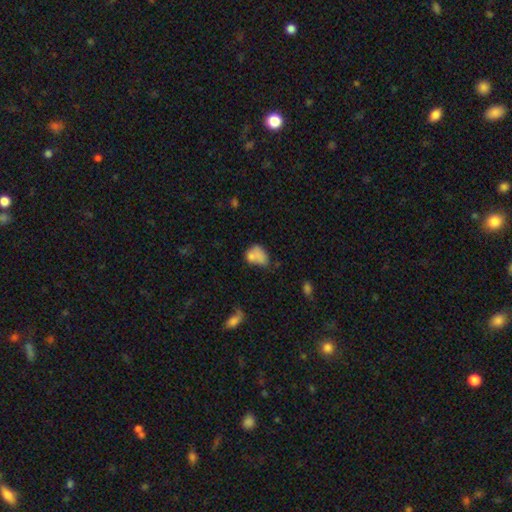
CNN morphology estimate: smooth 71%, featured or disk 19%, star or artifact 10%. Down the decision tree: how rounded — in between (74%); merging — merger (39%).